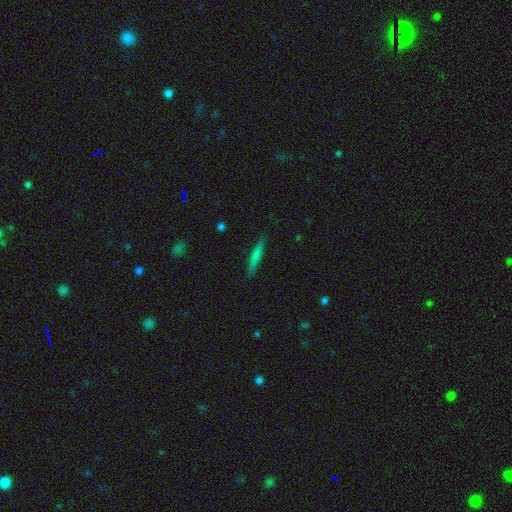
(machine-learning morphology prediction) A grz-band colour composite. It shows a smooth galaxy with no disk features (69%) that is cigar-shaped (93%). Merging: none (89%).